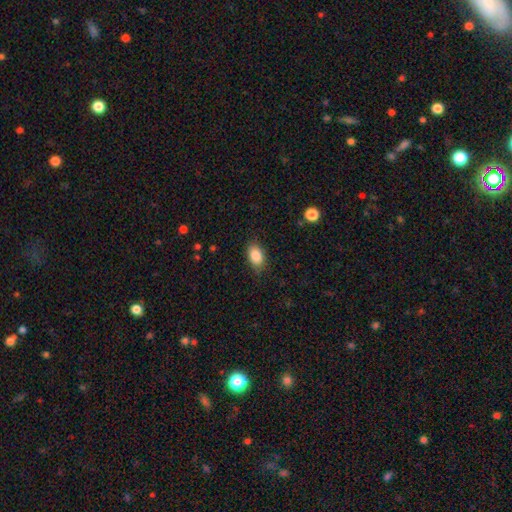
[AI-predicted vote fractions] Smooth or featured: smooth — 86% (star or artifact — 8%)
How rounded: in between — 88% (round — 10%)
Merging: none — 81% (minor disturbance — 15%)